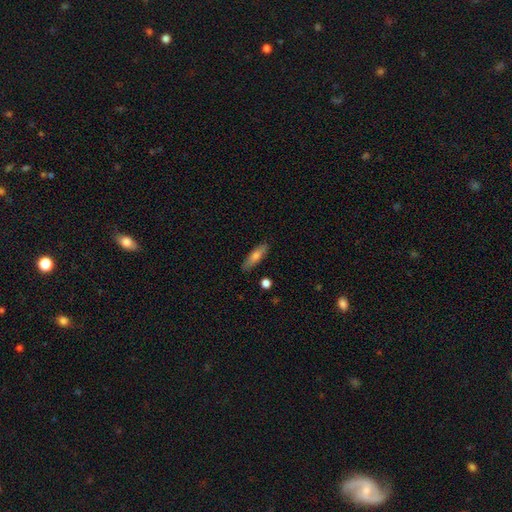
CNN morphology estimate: Overall: smooth (69%). How rounded: cigar-shaped (62%; in between 36%). Merging: none (87%).